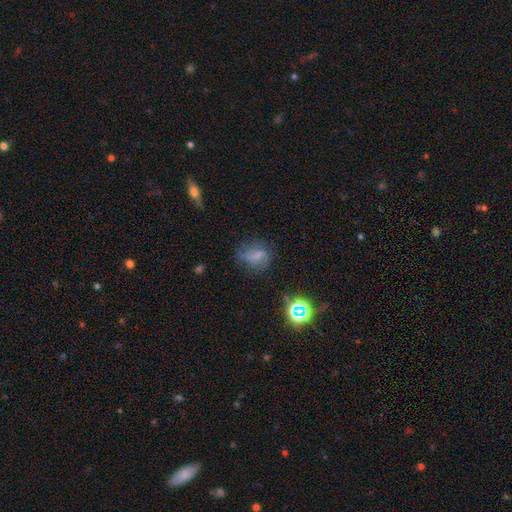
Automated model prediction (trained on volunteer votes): A smooth galaxy with no disk features (54%) that is in between round and cigar-shaped (49%).

Vote fractions:
- Smooth or featured? smooth: 54% / featured or disk: 28% / star or artifact: 18%
- How rounded? in between: 49% / round: 48% / cigar-shaped: 3%
- Merging? none: 58% / minor disturbance: 24% / major disturbance: 15% / merger: 3%